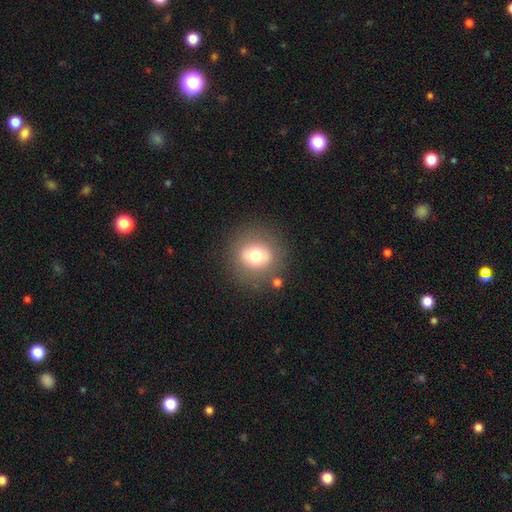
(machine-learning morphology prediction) A smooth galaxy with no disk features (68%) that is round (86%).

Vote fractions:
- Smooth or featured? smooth: 68% / featured or disk: 20% / star or artifact: 12%
- How rounded? round: 86% / in between: 13% / cigar-shaped: 1%
- Merging? none: 83% / minor disturbance: 9% / major disturbance: 5% / merger: 3%